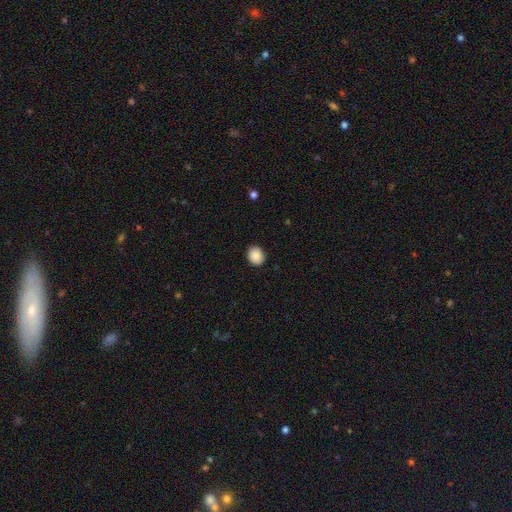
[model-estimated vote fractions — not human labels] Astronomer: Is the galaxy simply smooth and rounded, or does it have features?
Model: smooth — 89%.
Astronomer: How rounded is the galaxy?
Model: round — 59% (runner-up: in between, 40%).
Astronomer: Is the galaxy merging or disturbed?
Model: none — 90%.